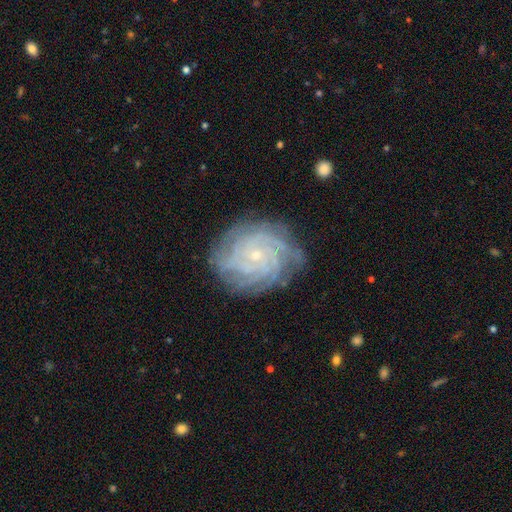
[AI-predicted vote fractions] The model was most divided on "spiral arm count": 4: 26%, more than 4: 25%, can't tell: 22%, 3: 12%, 2: 8%, 1: 7%. More confident: spiral arms — yes (97%); edge-on disk — no (97%); smooth or featured — featured or disk (85%); bulge size — small (84%); spiral winding — tight (83%); merging — none (80%); bar — no (79%).